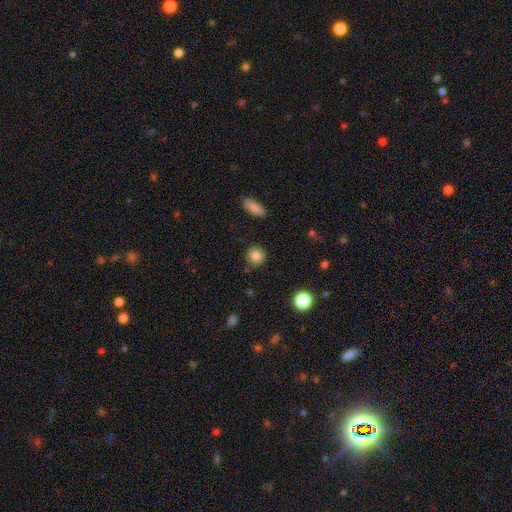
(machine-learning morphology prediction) Smooth or featured?
  - smooth: 83% *
  - star or artifact: 10%
  - featured or disk: 7%
How rounded?
  - round: 91% *
  - in between: 8%
  - cigar-shaped: 1%
Merging?
  - none: 88% *
  - minor disturbance: 8%
  - major disturbance: 2%
  - merger: 2%